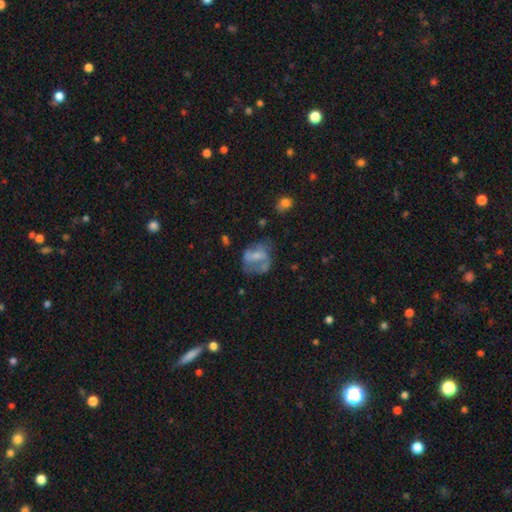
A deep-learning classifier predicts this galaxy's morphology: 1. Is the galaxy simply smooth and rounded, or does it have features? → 45% featured or disk, 44% smooth, 11% star or artifact.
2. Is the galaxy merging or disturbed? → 37% none, 31% major disturbance, 24% minor disturbance, 7% merger.